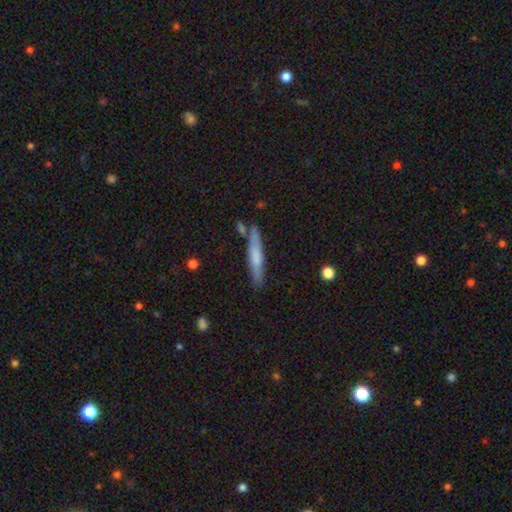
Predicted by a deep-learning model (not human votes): Smooth or featured: smooth — 59% (featured or disk — 35%)
How rounded: cigar-shaped — 92% (in between — 6%)
Merging: none — 80% (minor disturbance — 12%)